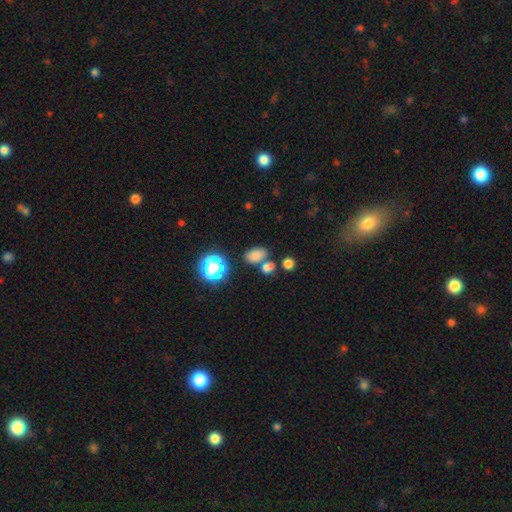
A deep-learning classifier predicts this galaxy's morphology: smooth_or_featured: smooth (p=0.75) [alt: star or artifact p=0.18]
how_rounded: in between (p=0.81) [alt: round p=0.17]
merging: none (p=0.65) [alt: merger p=0.18]